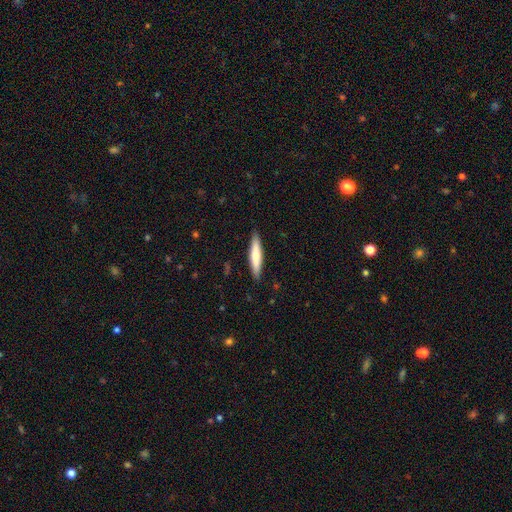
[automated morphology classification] Overall: smooth (67%; featured or disk 28%). How rounded: cigar-shaped (86%). Merging: none (89%).